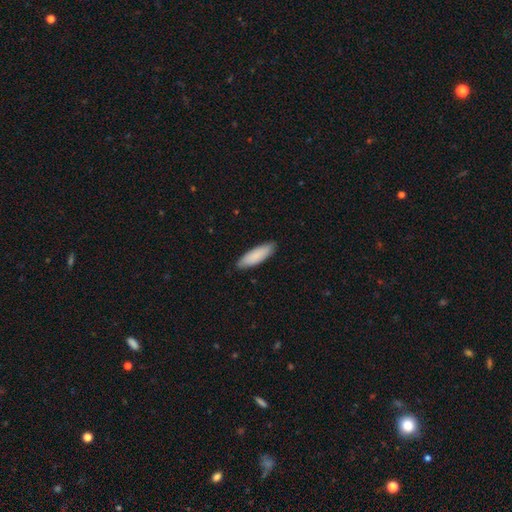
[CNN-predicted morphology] Smooth or featured? Predicted: smooth (p=0.87). How rounded? Predicted: in between (p=0.50). Merging? Predicted: none (p=0.86).